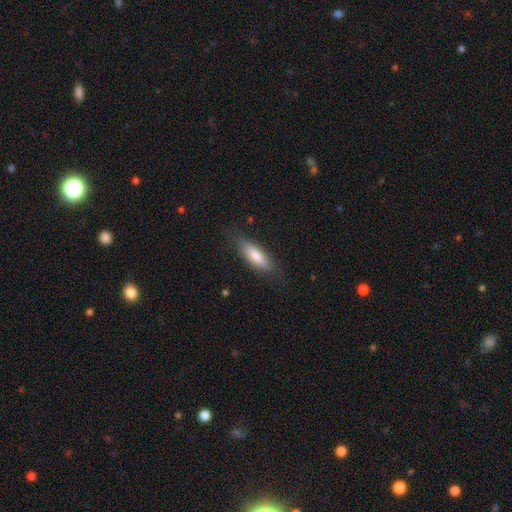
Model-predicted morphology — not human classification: Overall: smooth (75%). How rounded: in between (54%; cigar-shaped 44%). Merging: none (80%).